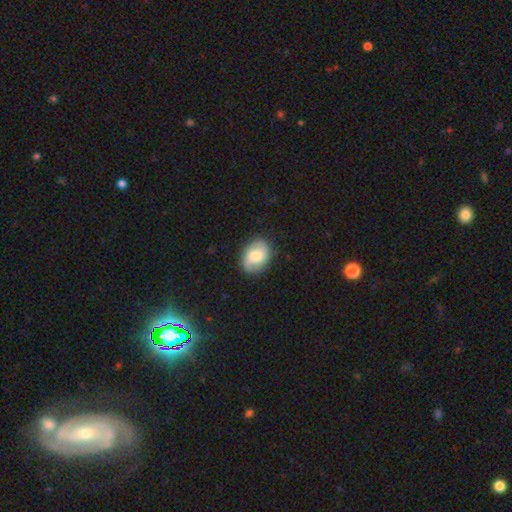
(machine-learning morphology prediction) This is possibly a smooth galaxy (47%). Merging: clearly none (82%).